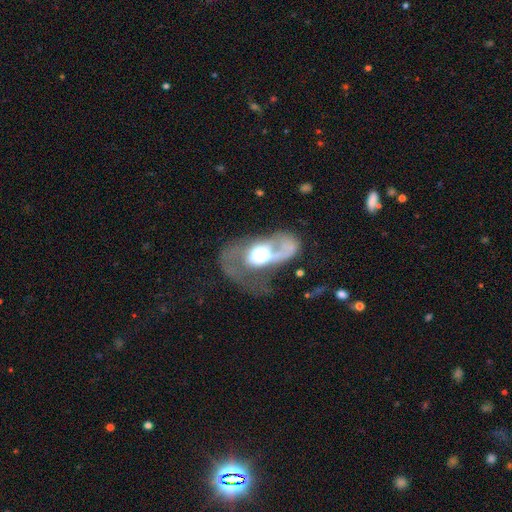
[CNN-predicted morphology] The model was most divided on "bulge size": moderate: 45%, large: 41%, dominant: 8%, small: 4%, none: 1%. More confident: edge-on disk — no (95%); spiral arms — yes (72%); smooth or featured — featured or disk (71%); bar — no (70%); merging — major disturbance (55%).